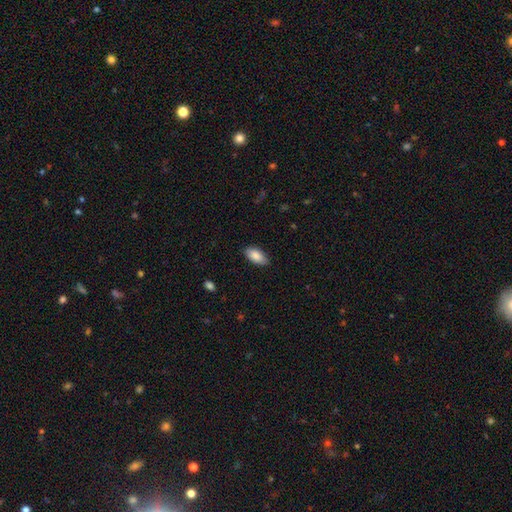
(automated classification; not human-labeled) Smooth or featured? Predicted: smooth (p=0.87). How rounded? Predicted: in between (p=0.93). Merging? Predicted: none (p=0.84).